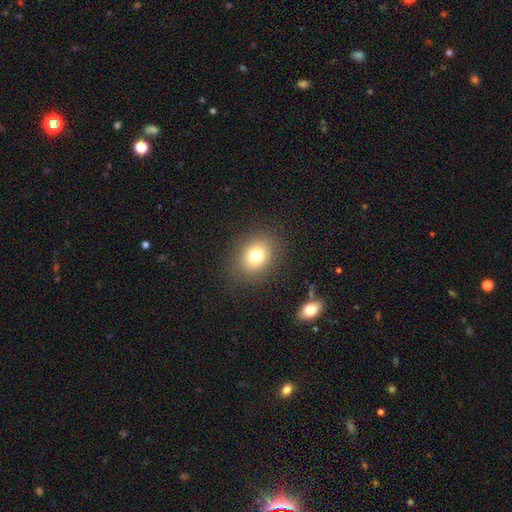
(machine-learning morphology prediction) This is likely a smooth galaxy (76%). How rounded: possibly round (52%). Merging: clearly none (86%).